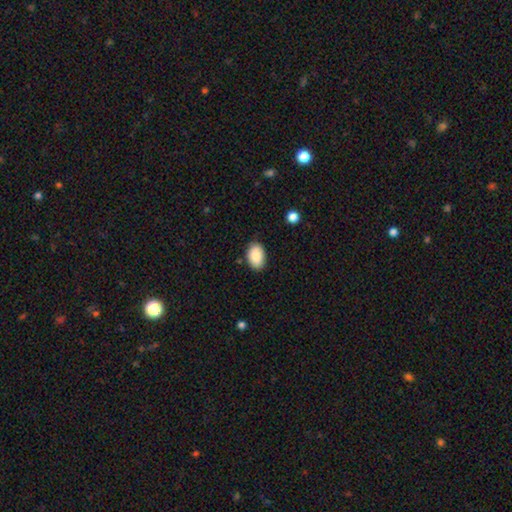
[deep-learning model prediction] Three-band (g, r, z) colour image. It shows a smooth galaxy with no disk features (88%) that is in between round and cigar-shaped (90%). Merging: none (85%).